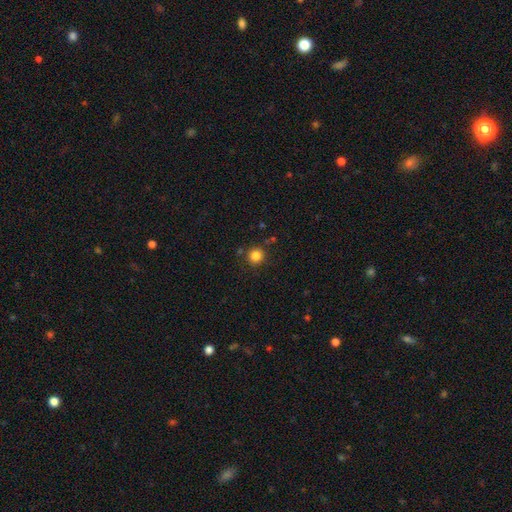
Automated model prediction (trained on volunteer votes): smooth-or-featured: smooth: 84% | star or artifact: 12% | featured or disk: 4%
  how-rounded: round: 94% | in between: 5% | cigar-shaped: 1%
  merging: none: 86% | minor disturbance: 8% | merger: 4% | major disturbance: 3%